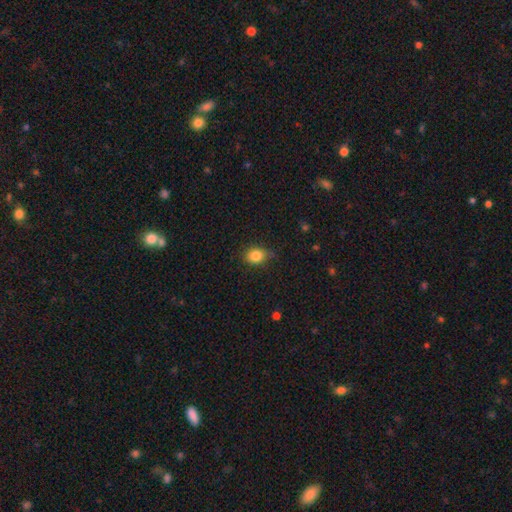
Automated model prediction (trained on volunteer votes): Smooth or featured? smooth (83%)
How rounded? in between (54%)
Merging? none (71%)